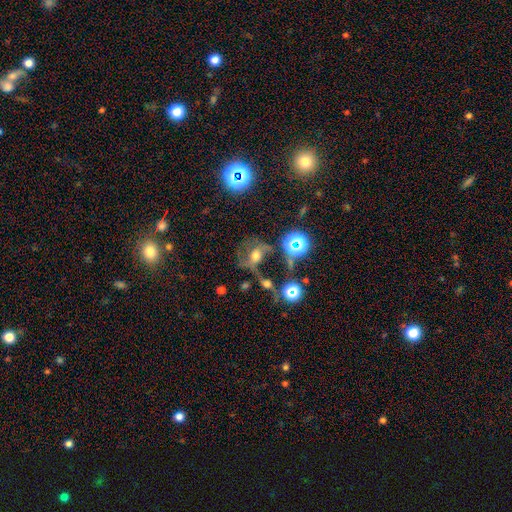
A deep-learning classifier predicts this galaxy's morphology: featured or disk 38%, smooth 35%, star or artifact 27%. Down the decision tree: merging — none (37%).